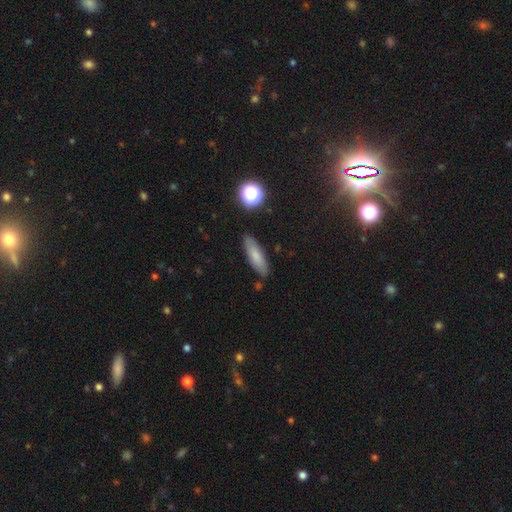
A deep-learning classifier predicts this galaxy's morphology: Smooth or featured? smooth (75%)
How rounded? cigar-shaped (54%)
Merging? none (83%)